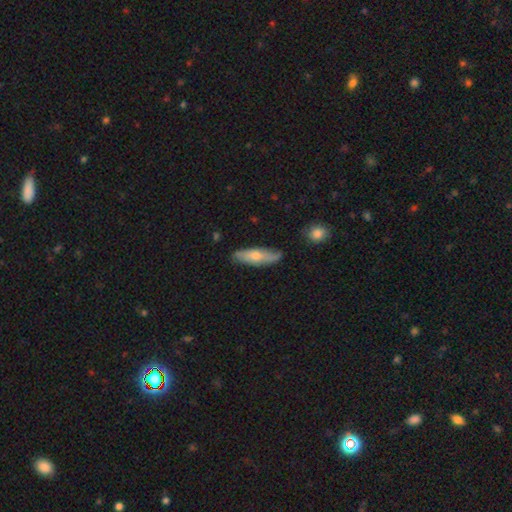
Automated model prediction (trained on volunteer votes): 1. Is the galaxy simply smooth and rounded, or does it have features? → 53% smooth, 41% featured or disk, 6% star or artifact.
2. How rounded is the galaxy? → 57% cigar-shaped, 41% in between, 2% round.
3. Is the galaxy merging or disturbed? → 79% none, 17% minor disturbance, 3% major disturbance, 2% merger.